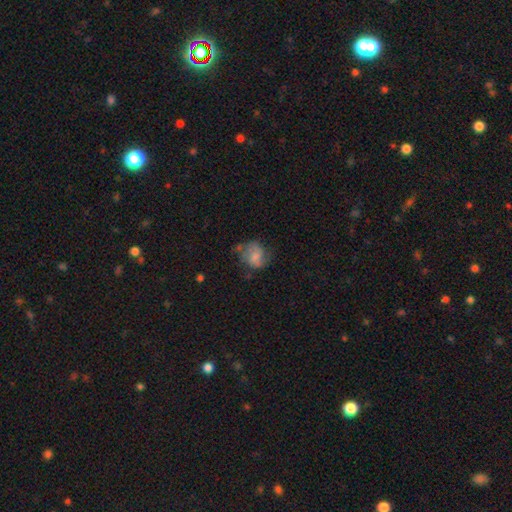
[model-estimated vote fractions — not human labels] smooth_or_featured: smooth (p=0.54) [alt: featured or disk p=0.37]
how_rounded: round (p=0.63) [alt: in between p=0.36]
merging: none (p=0.47) [alt: minor disturbance p=0.29]